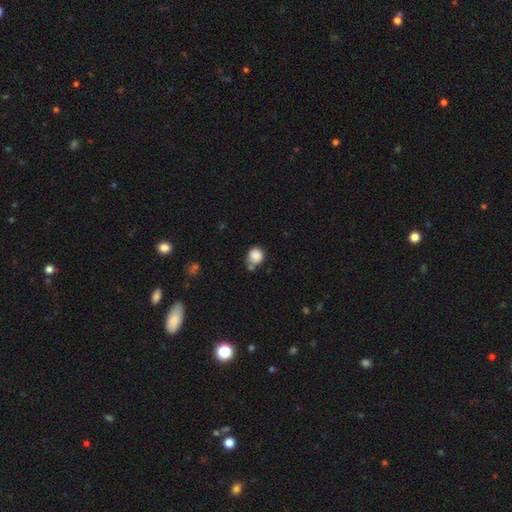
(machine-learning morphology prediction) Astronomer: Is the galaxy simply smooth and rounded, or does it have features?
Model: smooth — 86%.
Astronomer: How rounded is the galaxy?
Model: round — 83%.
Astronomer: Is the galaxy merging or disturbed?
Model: none — 58%.